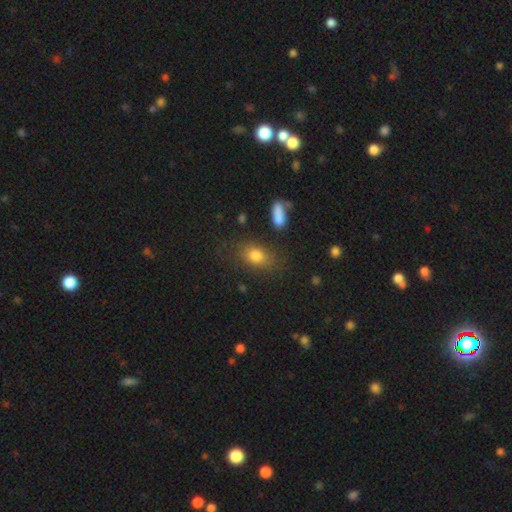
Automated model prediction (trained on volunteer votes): smooth 79%, star or artifact 11%, featured or disk 10%. Down the decision tree: how rounded — in between (74%); merging — none (75%).